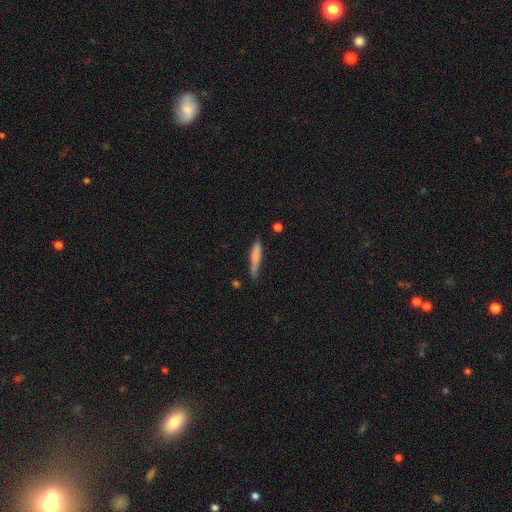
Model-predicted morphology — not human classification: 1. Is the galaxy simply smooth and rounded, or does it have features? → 75% smooth, 19% featured or disk, 6% star or artifact.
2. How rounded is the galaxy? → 90% cigar-shaped, 9% in between, 1% round.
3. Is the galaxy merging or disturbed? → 71% none, 22% minor disturbance, 4% major disturbance, 3% merger.